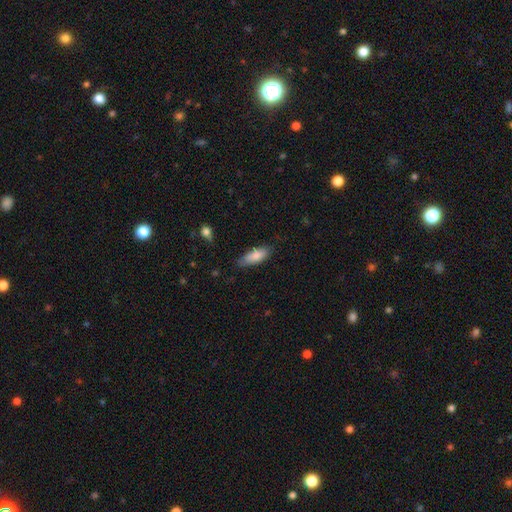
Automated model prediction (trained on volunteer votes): Smooth or featured?
  - smooth: 82% *
  - featured or disk: 12%
  - star or artifact: 6%
How rounded?
  - in between: 70% *
  - cigar-shaped: 28%
  - round: 2%
Merging?
  - none: 74% *
  - minor disturbance: 20%
  - major disturbance: 4%
  - merger: 2%